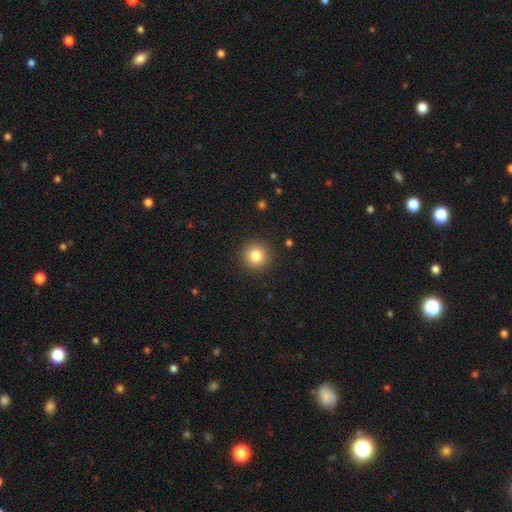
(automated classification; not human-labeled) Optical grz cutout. It shows a smooth galaxy with no disk features (82%) that is round (95%). Merging: none (91%).